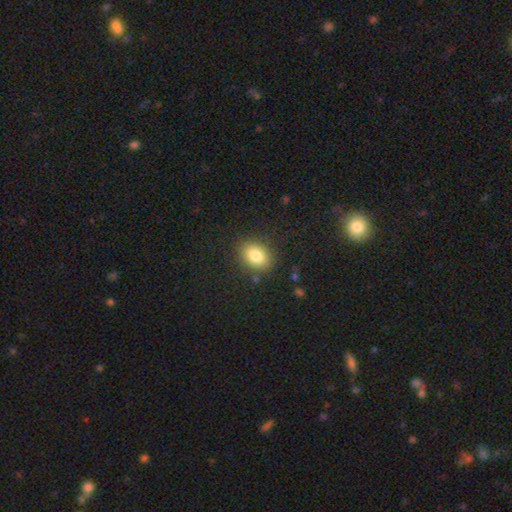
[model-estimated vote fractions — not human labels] A smooth galaxy with no disk features (82%) that is in between round and cigar-shaped (61%).

Vote fractions:
- Smooth or featured? smooth: 82% / star or artifact: 11% / featured or disk: 8%
- How rounded? in between: 61% / round: 38% / cigar-shaped: 1%
- Merging? none: 86% / minor disturbance: 9% / major disturbance: 3% / merger: 2%